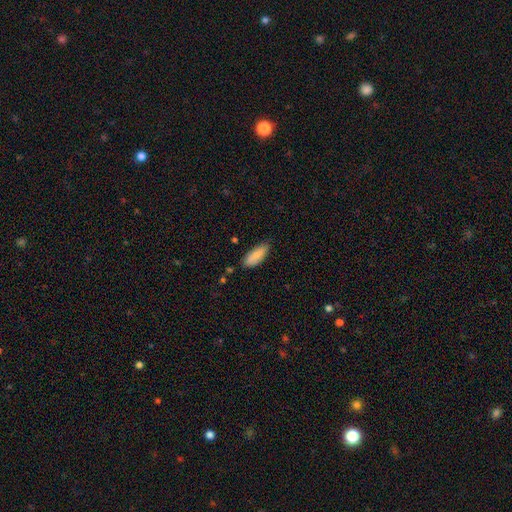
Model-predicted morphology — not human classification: A smooth galaxy with no disk features (84%) that is in between round and cigar-shaped (72%).

Vote fractions:
- Smooth or featured? smooth: 84% / featured or disk: 9% / star or artifact: 6%
- How rounded? in between: 72% / cigar-shaped: 27% / round: 2%
- Merging? none: 77% / minor disturbance: 18% / major disturbance: 3% / merger: 2%